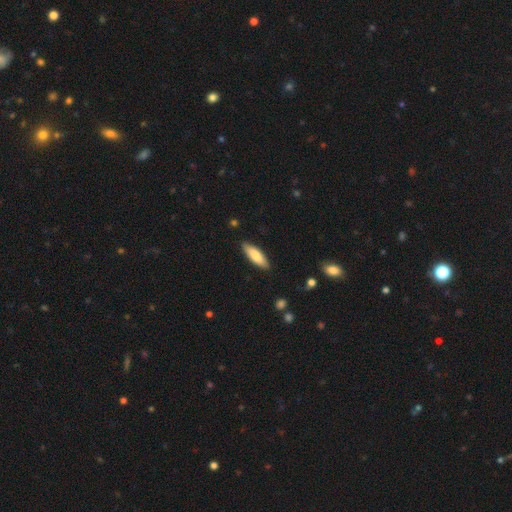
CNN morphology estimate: type=smooth (79%); roundness=in between (50%); merging=none (87%).